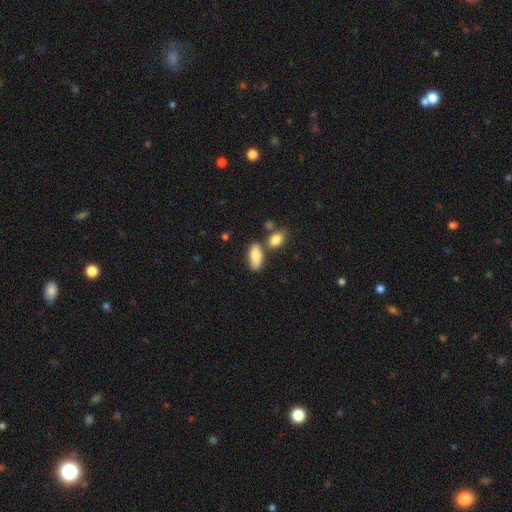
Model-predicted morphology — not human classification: A smooth galaxy with no disk features (82%) that is in between round and cigar-shaped (83%). Merging: none (66%).